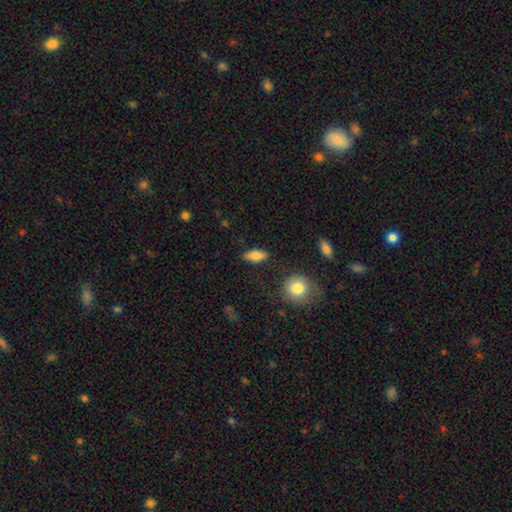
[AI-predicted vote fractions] Smooth or featured? Predicted: smooth (p=0.71). How rounded? Predicted: in between (p=0.76). Merging? Predicted: none (p=0.85).